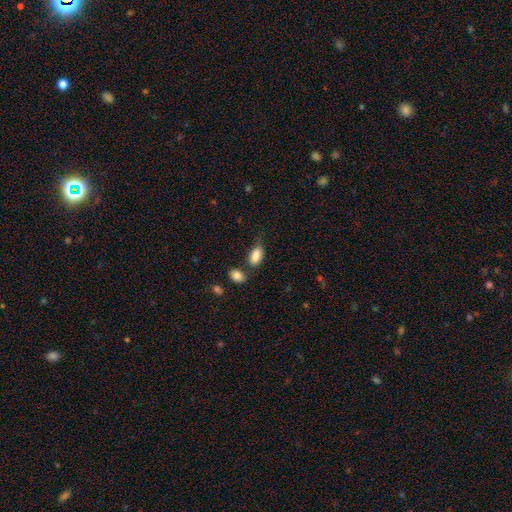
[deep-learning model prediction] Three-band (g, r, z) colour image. It shows a smooth galaxy with no disk features (87%) that is in between round and cigar-shaped (91%). Merging: none (57%).